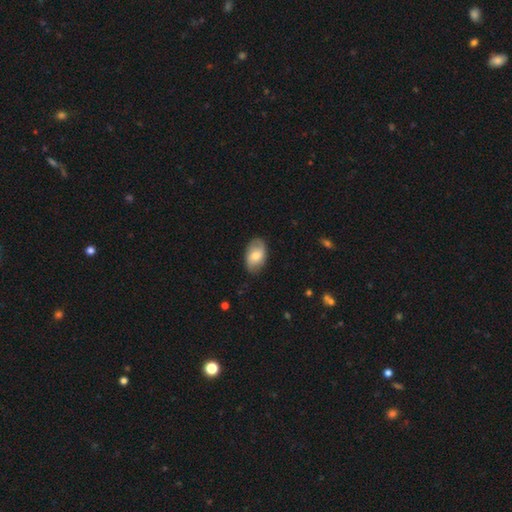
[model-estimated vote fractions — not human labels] A smooth galaxy with no disk features (60%) that is in between round and cigar-shaped (91%).

Vote fractions:
- Smooth or featured? smooth: 60% / featured or disk: 33% / star or artifact: 6%
- How rounded? in between: 91% / round: 8% / cigar-shaped: 1%
- Merging? none: 77% / minor disturbance: 18% / major disturbance: 4% / merger: 1%